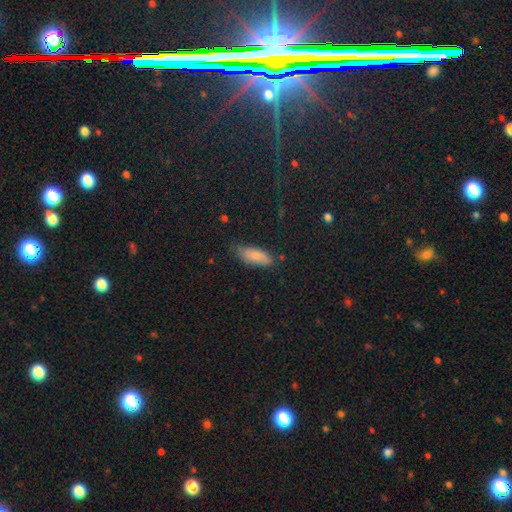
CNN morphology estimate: Overall: smooth (81%). How rounded: in between (78%). Merging: none (71%).